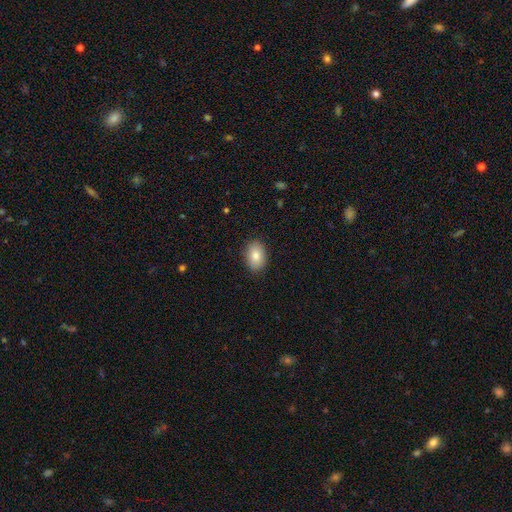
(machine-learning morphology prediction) The model was most divided on "how rounded": in between: 86%, round: 13%, cigar-shaped: 1%. More confident: merging — none (88%); smooth or featured — smooth (84%).